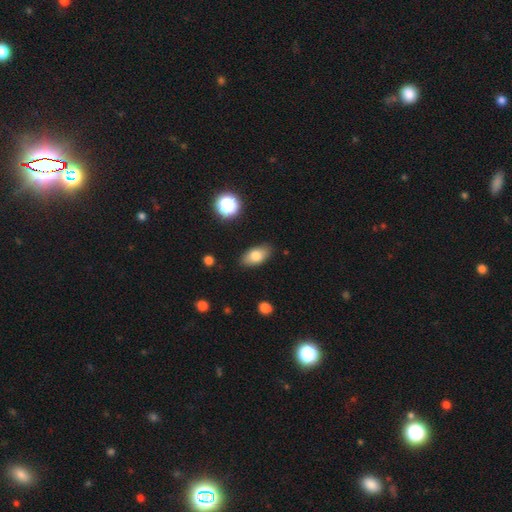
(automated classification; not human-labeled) Smooth or featured? smooth (79%)
How rounded? in between (90%)
Merging? none (86%)